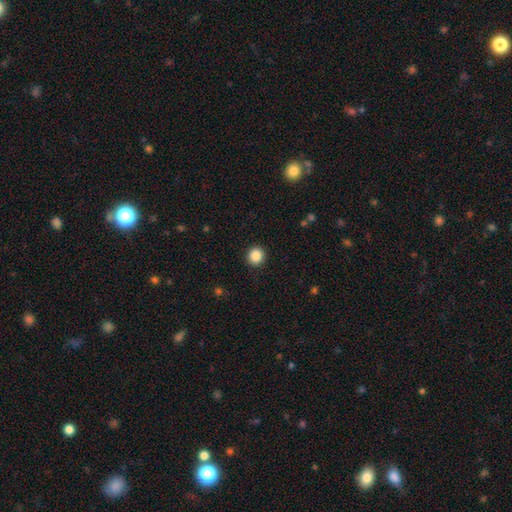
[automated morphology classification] The model was most divided on "smooth or featured": smooth: 88%, star or artifact: 10%, featured or disk: 3%. More confident: how rounded — round (92%); merging — none (92%).